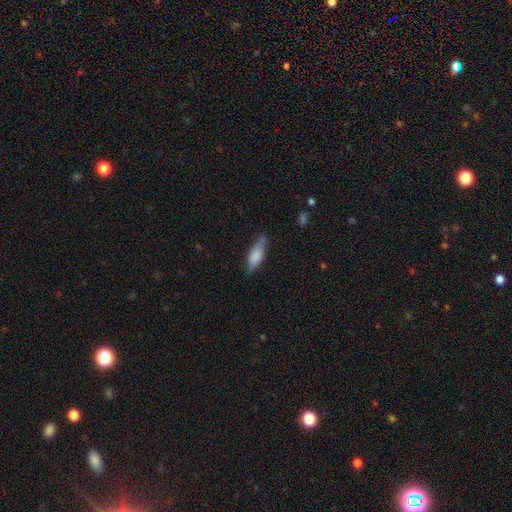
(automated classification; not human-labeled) Q: Smooth or featured?
A: smooth (74%); runner-up: featured or disk (20%)
Q: How rounded?
A: in between (57%); runner-up: cigar-shaped (41%)
Q: Merging?
A: none (71%); runner-up: minor disturbance (23%)